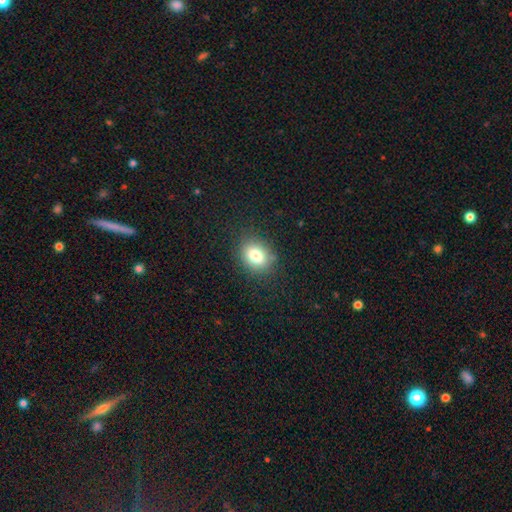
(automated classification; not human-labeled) Smooth or featured? smooth (80%)
How rounded? in between (59%)
Merging? none (83%)